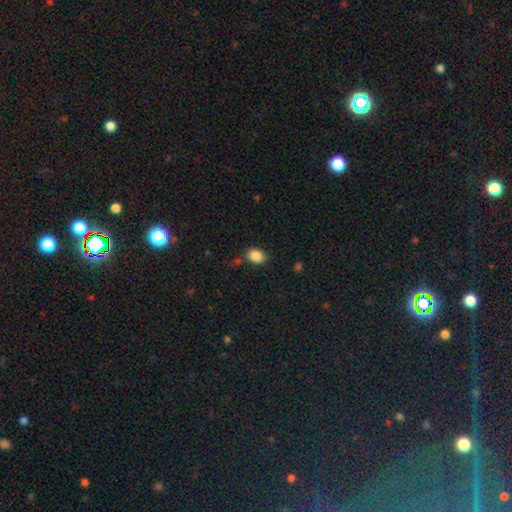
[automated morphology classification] Smooth or featured?
  - smooth: 87% *
  - star or artifact: 9%
  - featured or disk: 4%
How rounded?
  - in between: 61% *
  - round: 38%
  - cigar-shaped: 1%
Merging?
  - none: 73% *
  - minor disturbance: 18%
  - merger: 5%
  - major disturbance: 4%